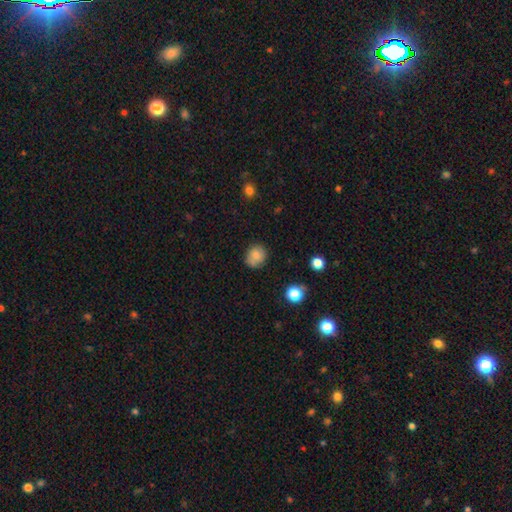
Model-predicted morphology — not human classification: Smooth or featured: smooth — 78% (featured or disk — 11%)
How rounded: round — 72% (in between — 27%)
Merging: none — 73% (minor disturbance — 19%)